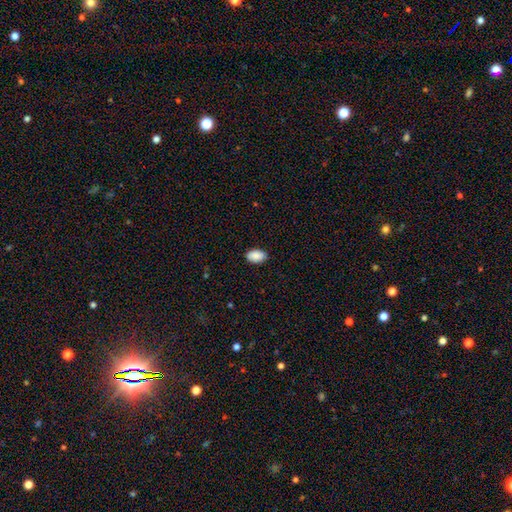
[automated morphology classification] Smooth or featured?
  - smooth: 90% *
  - star or artifact: 7%
  - featured or disk: 4%
How rounded?
  - in between: 93% *
  - round: 6%
  - cigar-shaped: 1%
Merging?
  - none: 88% *
  - minor disturbance: 10%
  - major disturbance: 2%
  - merger: 1%